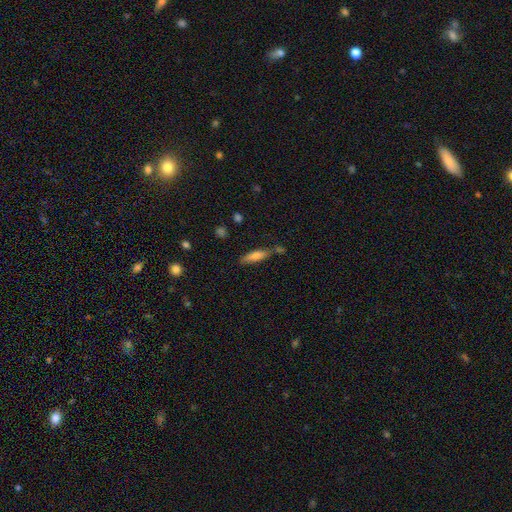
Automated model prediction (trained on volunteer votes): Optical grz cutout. It shows a smooth galaxy with no disk features (72%) that is cigar-shaped (67%). Merging: none (69%).